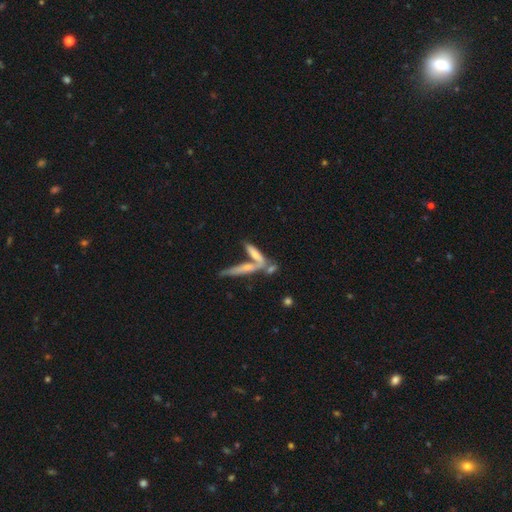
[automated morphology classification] A smooth galaxy with no disk features (57%) that is cigar-shaped (73%).

Vote fractions:
- Smooth or featured? smooth: 57% / featured or disk: 35% / star or artifact: 8%
- How rounded? cigar-shaped: 73% / in between: 24% / round: 2%
- Merging? merger: 52% / none: 33% / minor disturbance: 10% / major disturbance: 6%